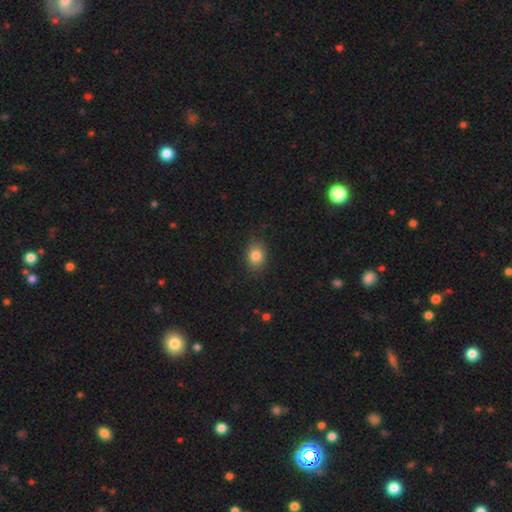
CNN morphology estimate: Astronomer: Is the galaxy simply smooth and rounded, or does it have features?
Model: smooth — 83%.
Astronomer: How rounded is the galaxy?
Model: in between — 54% (runner-up: round, 45%).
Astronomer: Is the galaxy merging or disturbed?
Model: none — 86%.